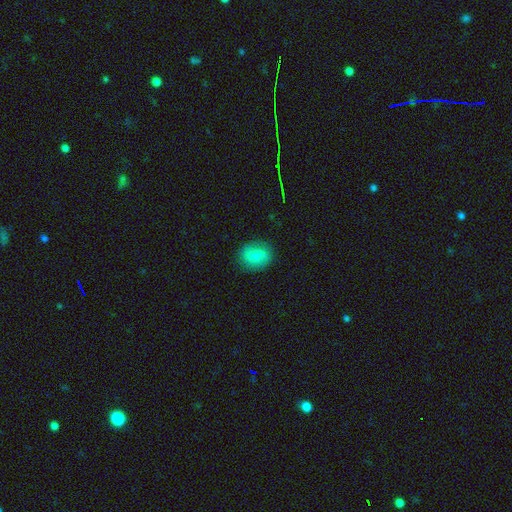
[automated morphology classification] Smooth or featured? smooth (66%)
How rounded? round (58%)
Merging? none (83%)